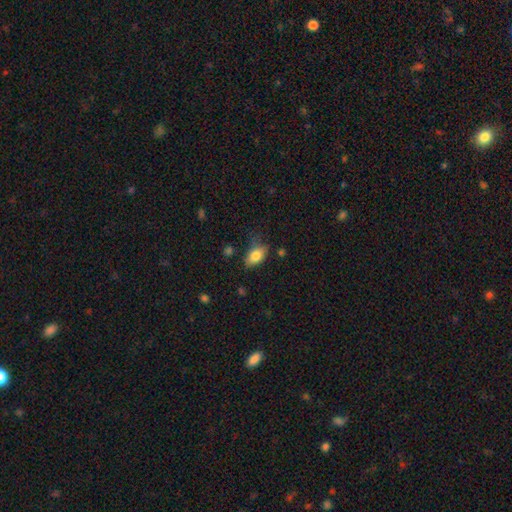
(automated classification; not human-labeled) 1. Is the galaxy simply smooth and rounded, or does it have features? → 81% smooth, 11% featured or disk, 8% star or artifact.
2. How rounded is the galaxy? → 88% in between, 9% round, 4% cigar-shaped.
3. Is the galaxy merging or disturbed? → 67% none, 25% minor disturbance, 6% major disturbance, 2% merger.